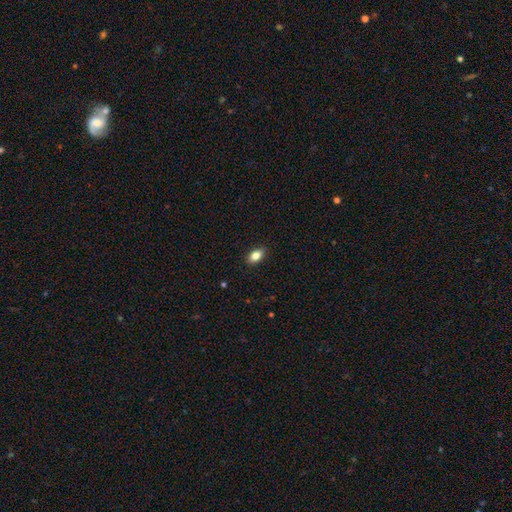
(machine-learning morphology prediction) A smooth galaxy with no disk features (83%) that is in between round and cigar-shaped (88%). Merging: none (89%).